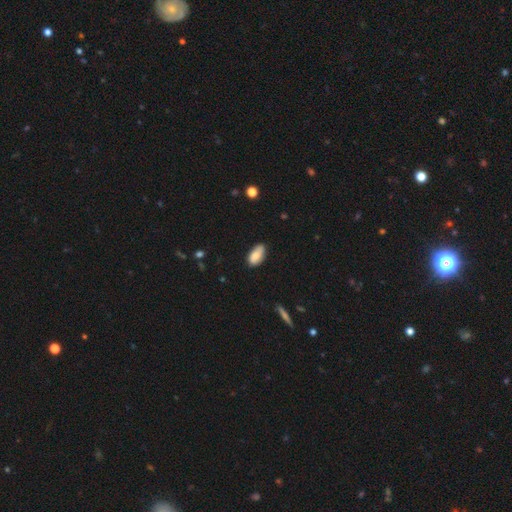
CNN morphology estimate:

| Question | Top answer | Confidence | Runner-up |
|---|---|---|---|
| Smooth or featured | smooth | 77% | featured or disk (16%) |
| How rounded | in between | 93% | cigar-shaped (4%) |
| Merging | none | 74% | minor disturbance (21%) |